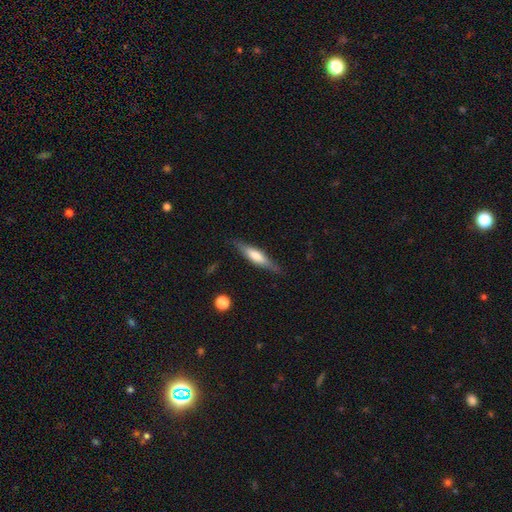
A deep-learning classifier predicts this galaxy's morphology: This is possibly a smooth galaxy (52%). How rounded: likely cigar-shaped (76%). Merging: clearly none (82%).